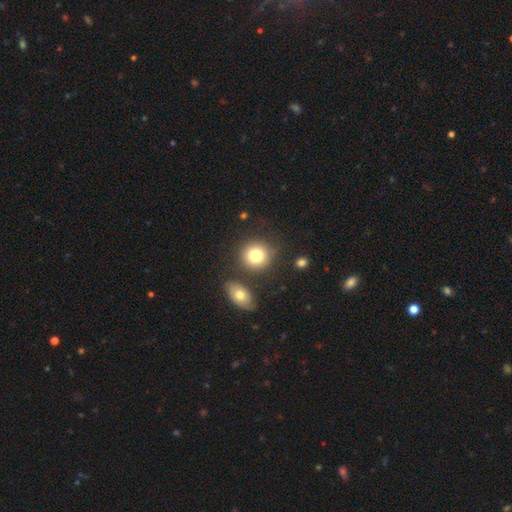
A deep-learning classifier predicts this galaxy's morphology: Smooth or featured? smooth (82%)
How rounded? round (83%)
Merging? none (71%)